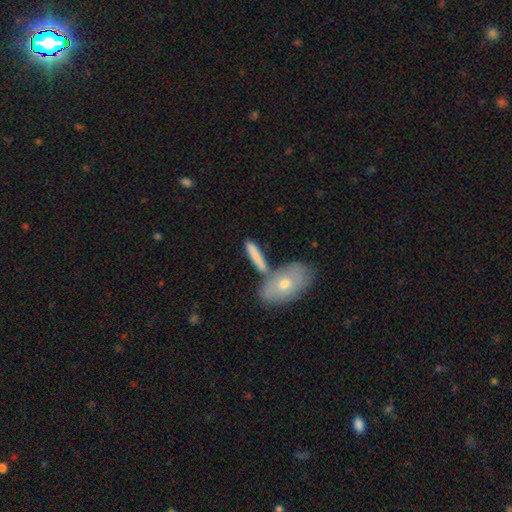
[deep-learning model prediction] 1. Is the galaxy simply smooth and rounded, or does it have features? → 74% smooth, 21% featured or disk, 6% star or artifact.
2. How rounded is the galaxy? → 58% cigar-shaped, 38% in between, 4% round.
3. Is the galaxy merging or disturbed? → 54% none, 25% merger, 15% minor disturbance, 5% major disturbance.